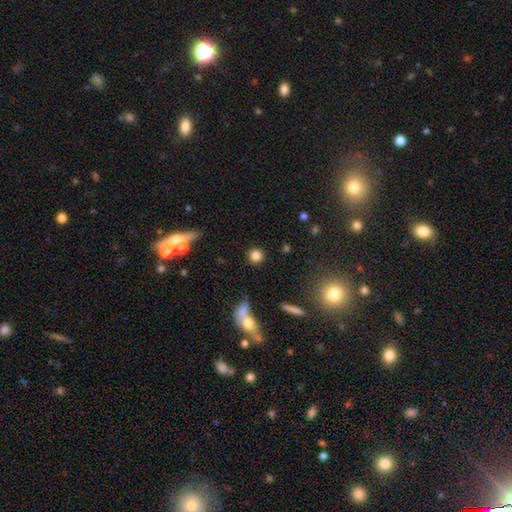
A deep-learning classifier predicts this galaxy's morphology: Smooth or featured: smooth — 83% (star or artifact — 11%)
How rounded: round — 91% (in between — 8%)
Merging: none — 86% (minor disturbance — 6%)